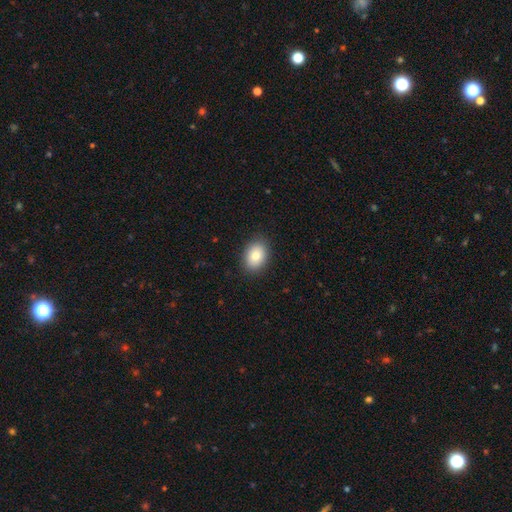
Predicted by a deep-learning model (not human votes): A smooth galaxy with no disk features (80%) that is in between round and cigar-shaped (69%). Merging: none (89%).